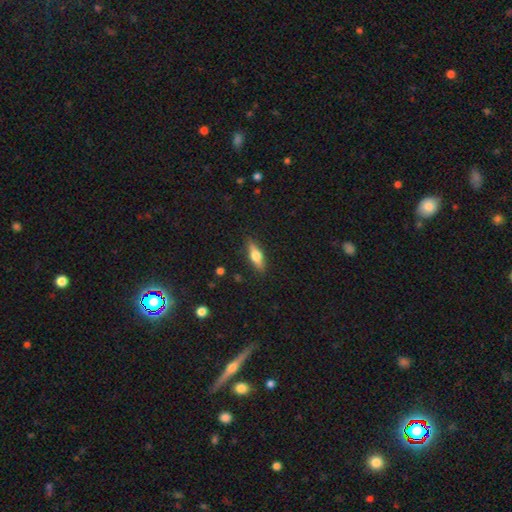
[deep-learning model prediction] Q: Smooth or featured?
A: smooth (53%); runner-up: featured or disk (40%)
Q: How rounded?
A: cigar-shaped (51%); runner-up: in between (46%)
Q: Merging?
A: none (87%); runner-up: minor disturbance (10%)